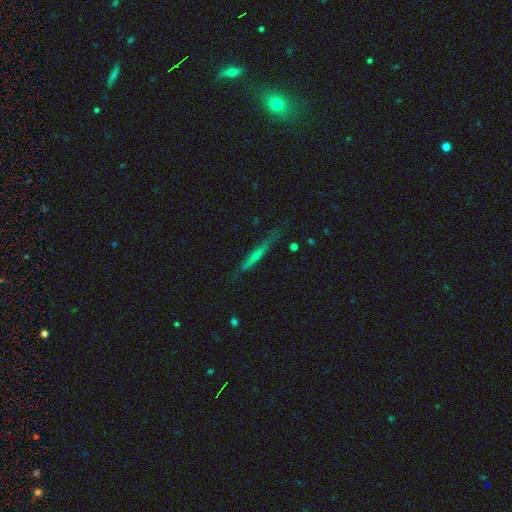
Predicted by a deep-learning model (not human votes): smooth-or-featured: featured or disk: 59% | smooth: 31% | star or artifact: 10%
  disk-edge-on: yes: 95% | no: 5%
    edge-on-bulge: none: 48% | rounded: 43% | boxy: 9%
  merging: none: 78% | minor disturbance: 16% | major disturbance: 4% | merger: 2%